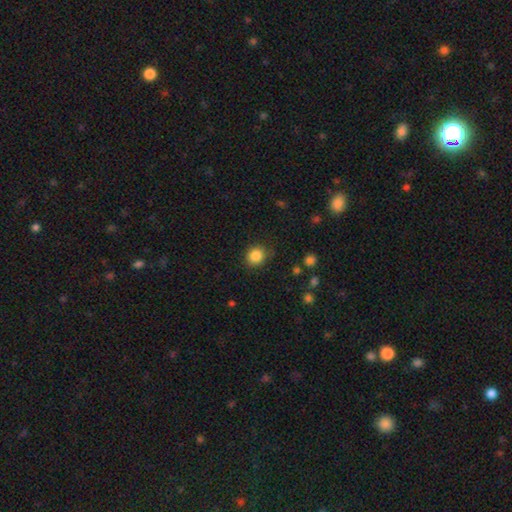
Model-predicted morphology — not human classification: smooth-or-featured: smooth: 85% | star or artifact: 10% | featured or disk: 5%
  how-rounded: round: 80% | in between: 20% | cigar-shaped: 1%
  merging: none: 84% | minor disturbance: 11% | major disturbance: 3% | merger: 1%